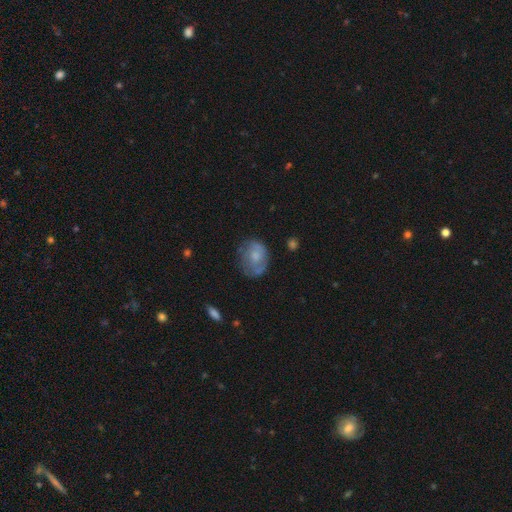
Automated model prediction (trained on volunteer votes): Morphology: type=smooth (56%); roundness=in between (53%); merging=none (56%).